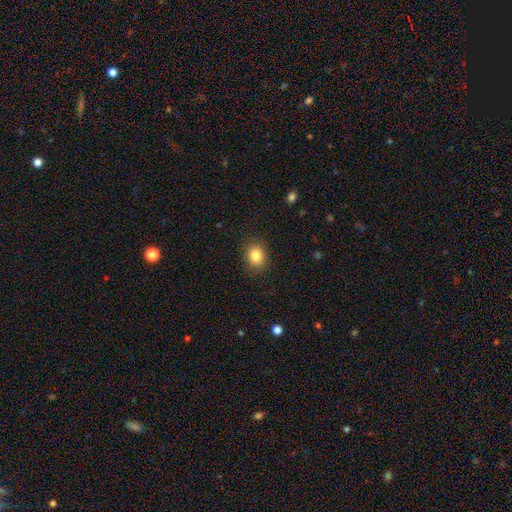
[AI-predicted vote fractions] Smooth or featured?
  - smooth: 83% *
  - star or artifact: 10%
  - featured or disk: 7%
How rounded?
  - round: 60% *
  - in between: 39%
  - cigar-shaped: 1%
Merging?
  - none: 88% *
  - minor disturbance: 8%
  - major disturbance: 2%
  - merger: 1%